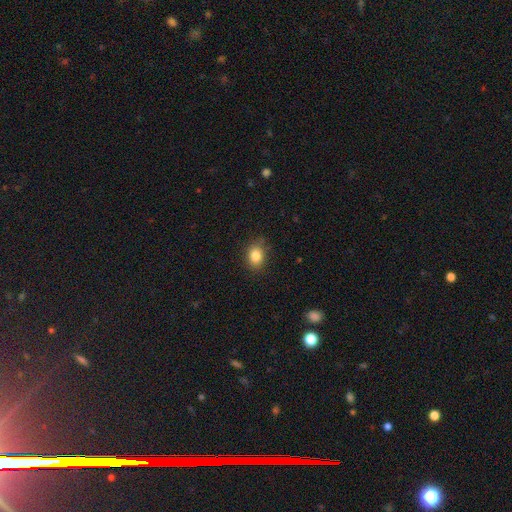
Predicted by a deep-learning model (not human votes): Smooth or featured: smooth — 84% (star or artifact — 10%)
How rounded: in between — 58% (round — 41%)
Merging: none — 83% (minor disturbance — 13%)